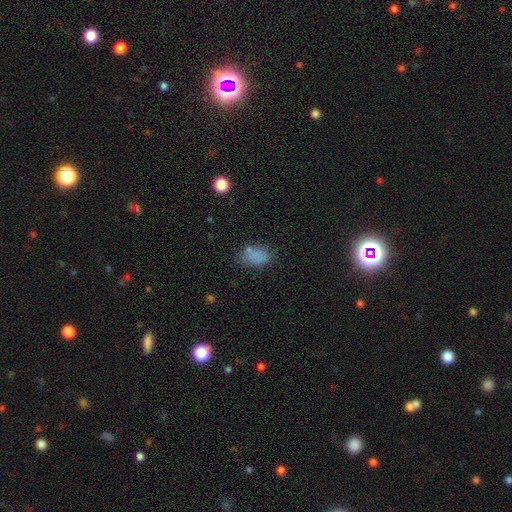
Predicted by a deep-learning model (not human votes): smooth_or_featured: smooth (p=0.79) [alt: star or artifact p=0.13]
how_rounded: in between (p=0.87) [alt: round p=0.11]
merging: none (p=0.61) [alt: minor disturbance p=0.23]